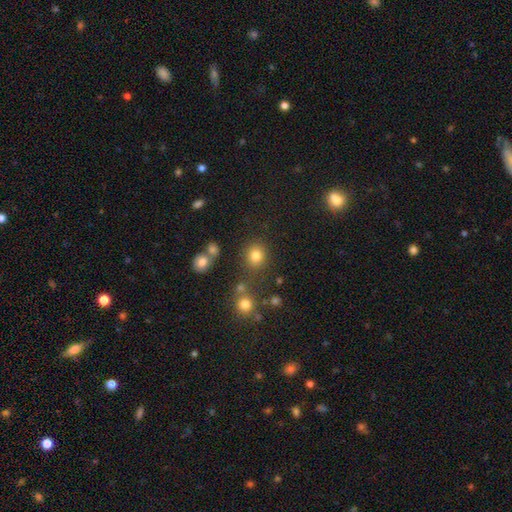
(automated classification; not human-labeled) smooth 80%, star or artifact 14%, featured or disk 6%. Down the decision tree: how rounded — round (81%); merging — none (80%).